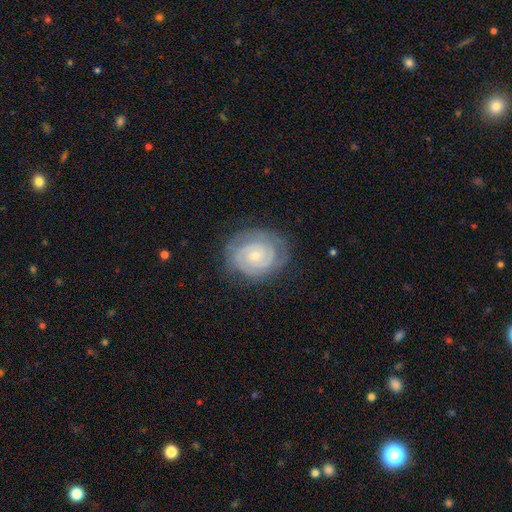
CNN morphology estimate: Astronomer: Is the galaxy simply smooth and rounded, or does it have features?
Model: featured or disk — 79%.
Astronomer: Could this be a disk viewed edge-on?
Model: no — 98%.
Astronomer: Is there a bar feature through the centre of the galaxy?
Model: no — 72%.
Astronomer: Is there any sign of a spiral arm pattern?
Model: yes — 94%.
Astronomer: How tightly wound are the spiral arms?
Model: tight — 75%.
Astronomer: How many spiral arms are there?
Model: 2 — 48% (runner-up: can't tell, 25%).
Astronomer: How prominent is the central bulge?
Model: small — 71%.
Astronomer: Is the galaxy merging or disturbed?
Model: none — 79%.